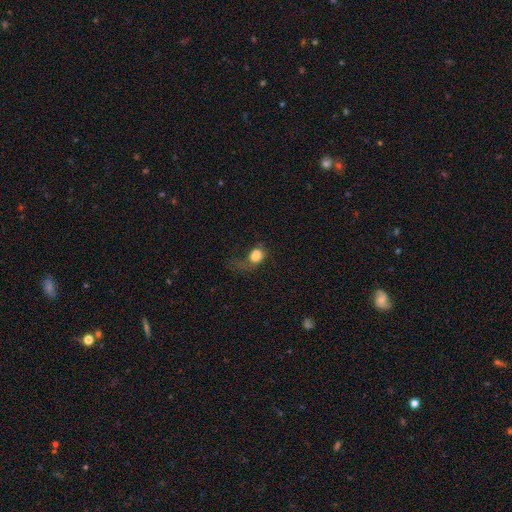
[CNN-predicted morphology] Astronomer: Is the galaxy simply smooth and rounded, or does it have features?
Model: smooth — 77%.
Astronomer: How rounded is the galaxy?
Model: round — 51% (runner-up: in between, 47%).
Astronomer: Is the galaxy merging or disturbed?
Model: major disturbance — 51%.